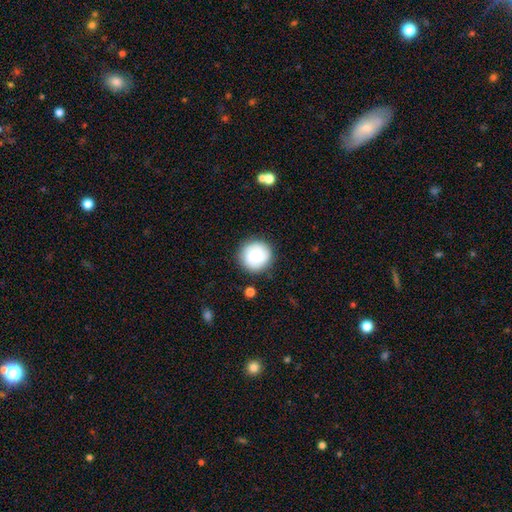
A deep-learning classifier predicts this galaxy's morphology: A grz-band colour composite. It shows a smooth galaxy with no disk features (60%) that is round (94%). Merging: none (86%).